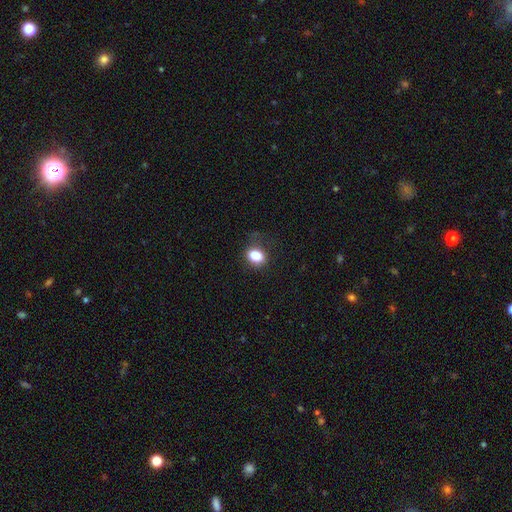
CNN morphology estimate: This is clearly a smooth galaxy (85%). How rounded: likely in between (66%). Merging: likely none (72%).